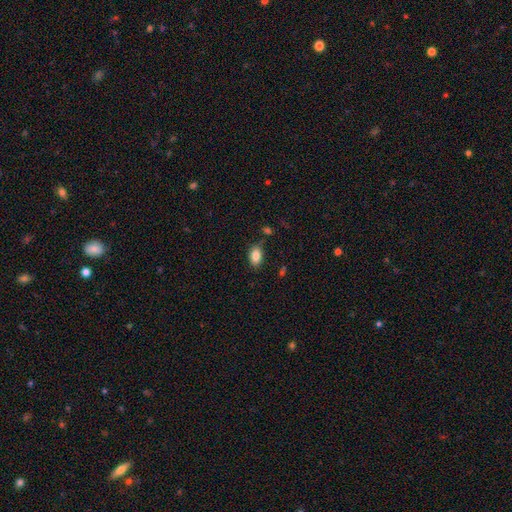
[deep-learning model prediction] Overall: smooth (86%). How rounded: in between (89%). Merging: none (80%).